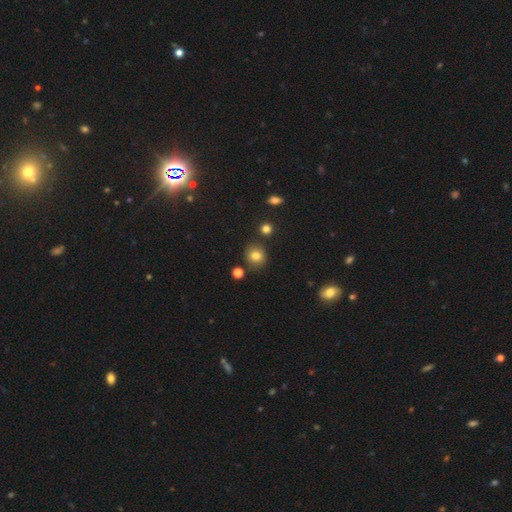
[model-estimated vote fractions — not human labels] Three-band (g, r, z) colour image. It shows a smooth galaxy with no disk features (81%) that is round (83%). Merging: none (82%).